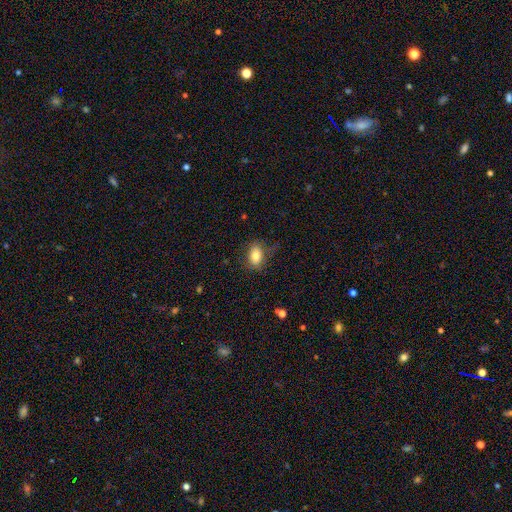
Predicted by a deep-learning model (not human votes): Smooth or featured? smooth (80%)
How rounded? in between (85%)
Merging? none (71%)